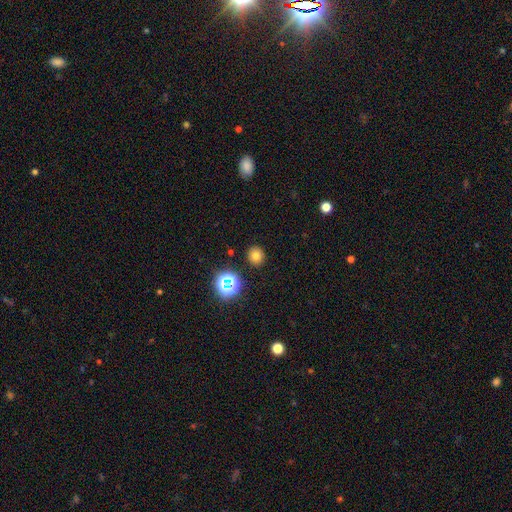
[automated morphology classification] This appears to be a smooth galaxy with no disk features (73%) that is round (89%). Merging: none (90%).